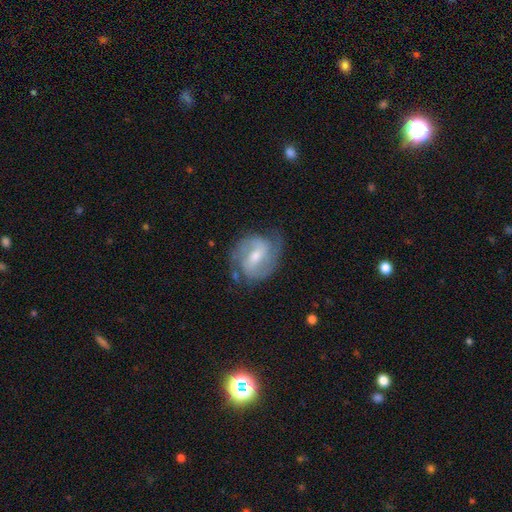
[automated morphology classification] This appears to be a featured or disk galaxy (82%) with a weak bar (54%), 2 (84%) medium (50%) spiral arms (95%) and a moderate central bulge (53%). Merging: none (70%).